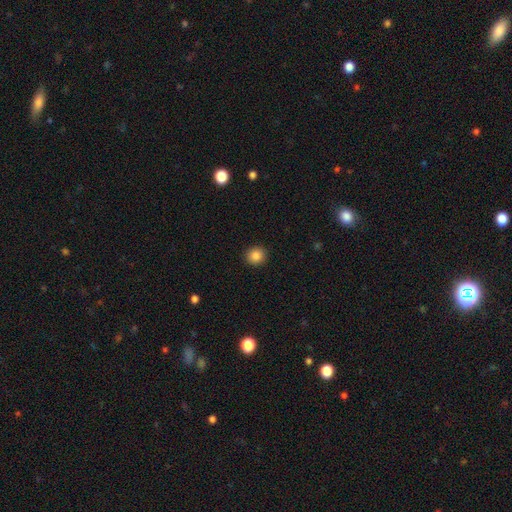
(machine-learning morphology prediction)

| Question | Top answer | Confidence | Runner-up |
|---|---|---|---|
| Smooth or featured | smooth | 86% | star or artifact (10%) |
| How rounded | round | 87% | in between (12%) |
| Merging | none | 92% | minor disturbance (5%) |